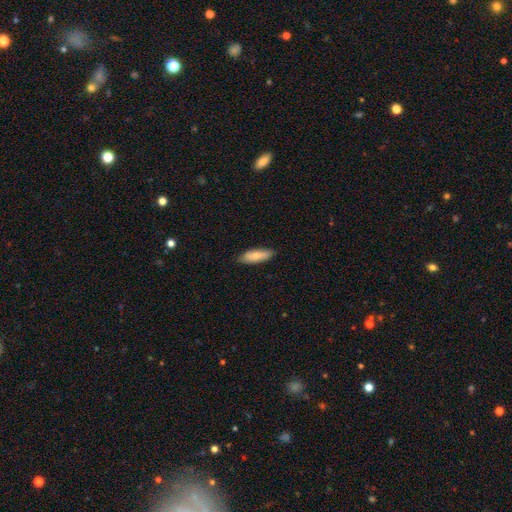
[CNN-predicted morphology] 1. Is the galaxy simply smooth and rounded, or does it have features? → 78% smooth, 16% featured or disk, 6% star or artifact.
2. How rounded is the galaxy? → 50% in between, 48% cigar-shaped, 2% round.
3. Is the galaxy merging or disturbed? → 84% none, 13% minor disturbance, 2% major disturbance, 1% merger.